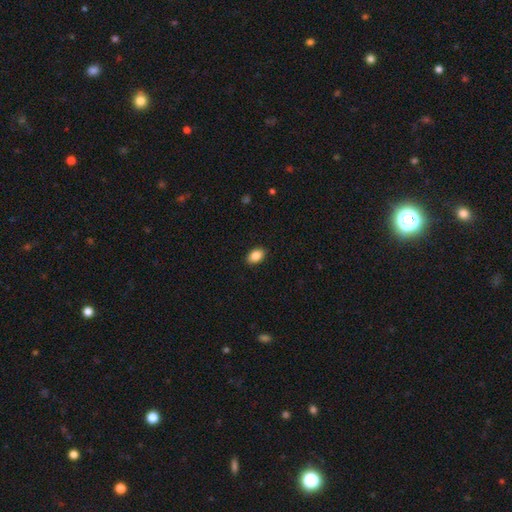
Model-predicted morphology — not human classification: smooth 88%, star or artifact 8%, featured or disk 5%. Down the decision tree: how rounded — in between (88%); merging — none (89%).